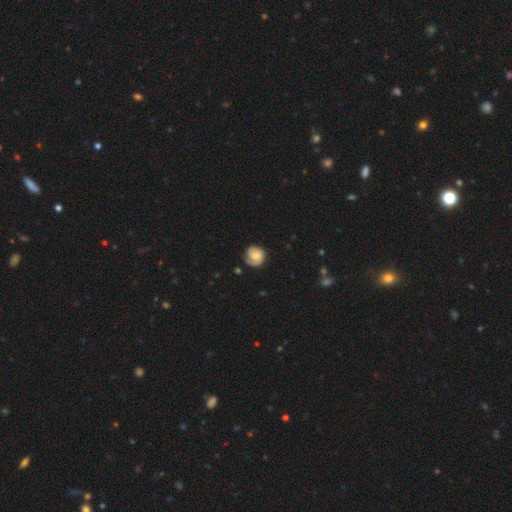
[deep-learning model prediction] Smooth or featured? featured or disk (58%)
Edge-on disk? no (98%)
Bar? no (64%)
Spiral arms? yes (89%)
Spiral winding? tight (62%)
Spiral arm count? 1 (50%)
Bulge size? moderate (48%)
Merging? none (70%)